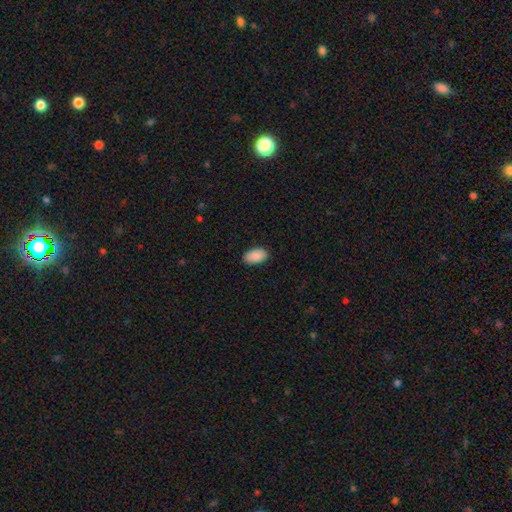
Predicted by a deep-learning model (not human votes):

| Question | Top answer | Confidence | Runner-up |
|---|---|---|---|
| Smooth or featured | smooth | 91% | star or artifact (6%) |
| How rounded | in between | 94% | round (4%) |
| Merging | none | 88% | minor disturbance (10%) |